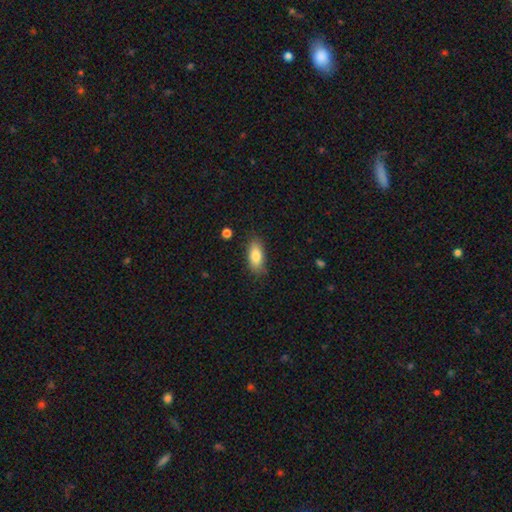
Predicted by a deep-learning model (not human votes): This is clearly a smooth galaxy (83%). How rounded: clearly in between (86%). Merging: clearly none (82%).